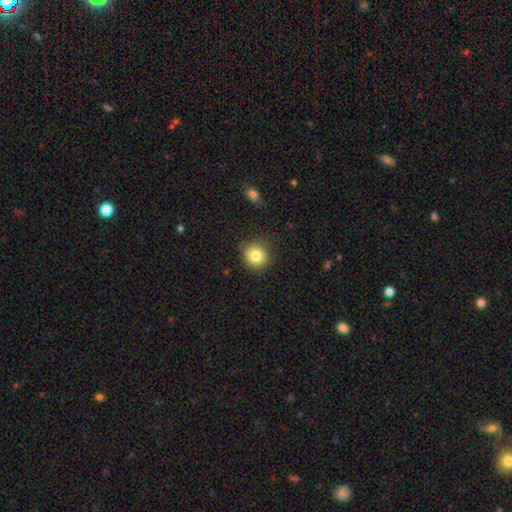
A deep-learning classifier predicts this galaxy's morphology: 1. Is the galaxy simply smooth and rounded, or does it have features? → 82% smooth, 10% star or artifact, 8% featured or disk.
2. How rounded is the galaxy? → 85% round, 14% in between, 1% cigar-shaped.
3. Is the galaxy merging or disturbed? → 79% none, 16% minor disturbance, 4% major disturbance, 2% merger.